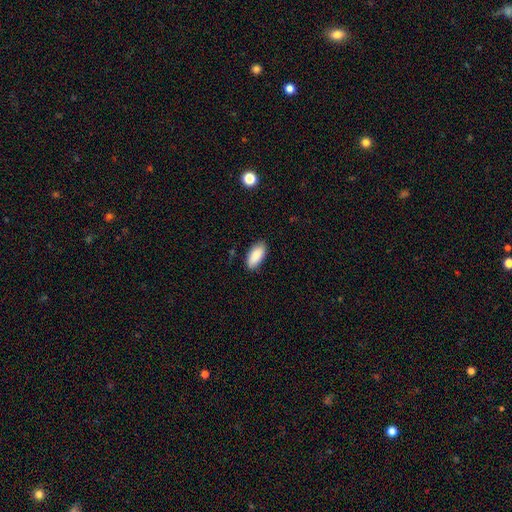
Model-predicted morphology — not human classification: A smooth galaxy with no disk features (89%) that is in between round and cigar-shaped (90%). Merging: none (85%).